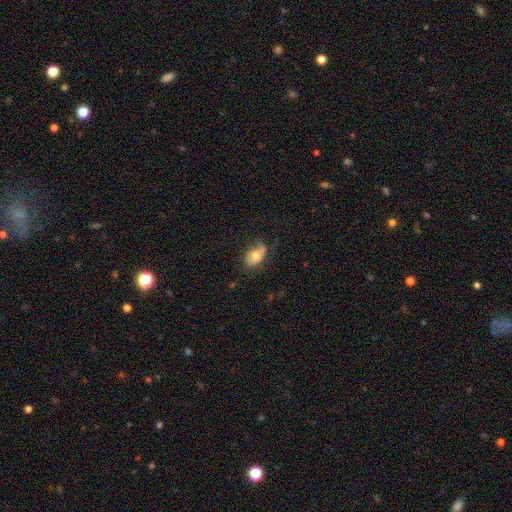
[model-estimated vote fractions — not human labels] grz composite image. It shows a smooth galaxy with no disk features (61%) that is in between round and cigar-shaped (85%). Merging: none (48%).